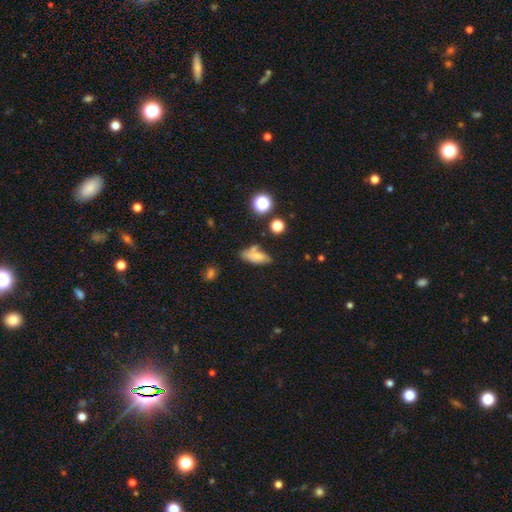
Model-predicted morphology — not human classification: smooth_or_featured: smooth (p=0.70) [alt: featured or disk p=0.17]
how_rounded: in between (p=0.71) [alt: cigar-shaped p=0.24]
merging: none (p=0.60) [alt: minor disturbance p=0.21]